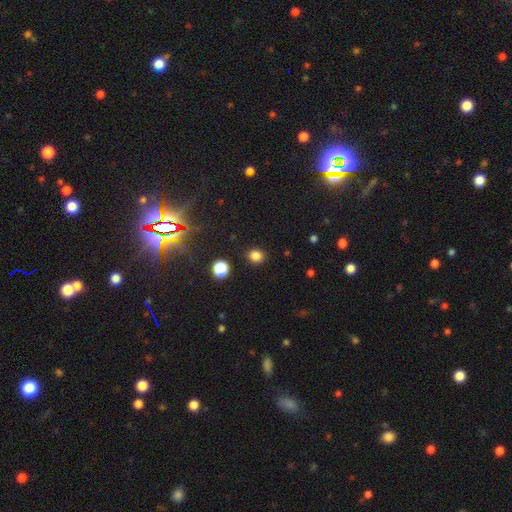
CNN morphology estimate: Smooth or featured?
  - smooth: 82% *
  - star or artifact: 14%
  - featured or disk: 4%
How rounded?
  - round: 74% *
  - in between: 25%
  - cigar-shaped: 1%
Merging?
  - none: 89% *
  - minor disturbance: 7%
  - major disturbance: 2%
  - merger: 2%